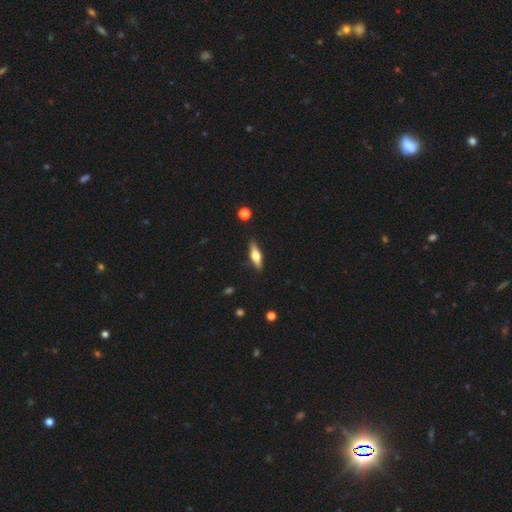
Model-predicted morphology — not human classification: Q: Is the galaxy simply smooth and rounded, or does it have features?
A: featured or disk — 54%.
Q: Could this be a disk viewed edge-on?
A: yes — 94%.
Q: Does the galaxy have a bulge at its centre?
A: rounded — 93%.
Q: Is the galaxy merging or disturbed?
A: none — 87%.